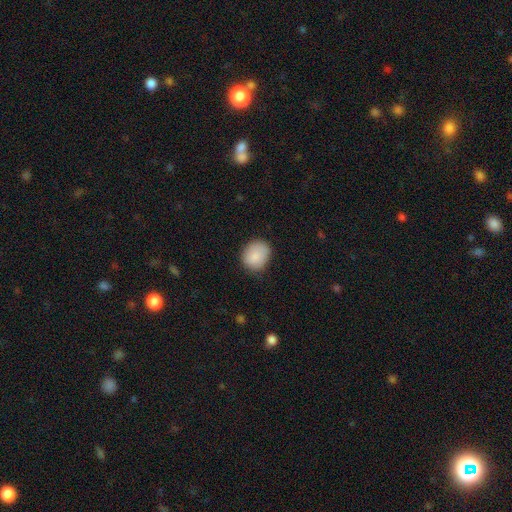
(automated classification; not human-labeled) smooth 86%, featured or disk 7%, star or artifact 7%. Down the decision tree: how rounded — round (70%); merging — none (79%).